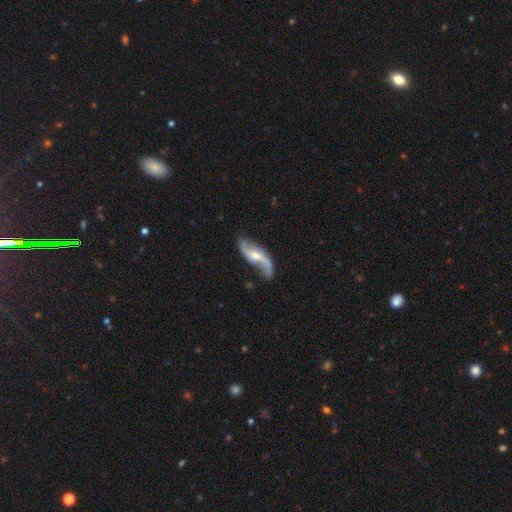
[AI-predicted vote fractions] This is clearly a featured or disk galaxy (83%). It is clearly not viewed edge-on (92%). Bar: marginally weak (42%). Spiral arm pattern: clearly yes (95%). Spiral arm count: clearly 2 (89%). Spiral winding: clearly loose (81%). Central bulge: possibly moderate (58%). Merging: likely none (67%).